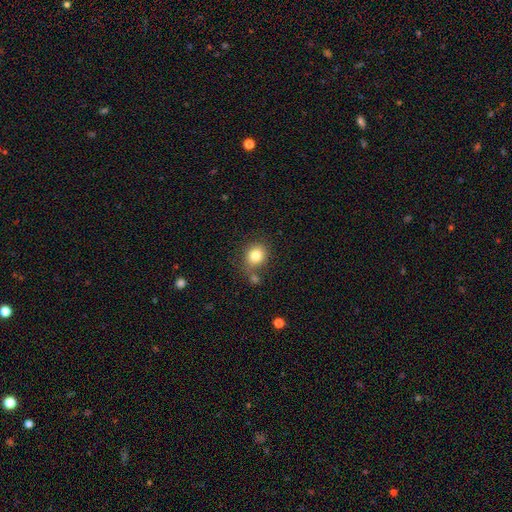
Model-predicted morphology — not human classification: Smooth or featured: smooth — 81% (star or artifact — 11%)
How rounded: round — 75% (in between — 24%)
Merging: none — 70% (minor disturbance — 13%)